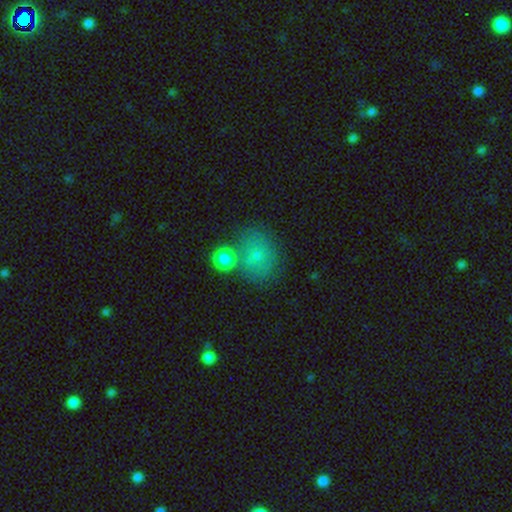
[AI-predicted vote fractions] Smooth or featured?
  - smooth: 77% *
  - featured or disk: 12%
  - star or artifact: 12%
How rounded?
  - round: 52% *
  - in between: 47%
  - cigar-shaped: 1%
Merging?
  - none: 57% *
  - minor disturbance: 18%
  - merger: 17%
  - major disturbance: 8%